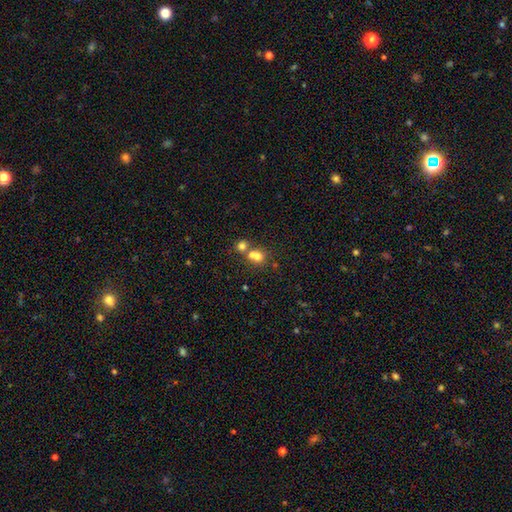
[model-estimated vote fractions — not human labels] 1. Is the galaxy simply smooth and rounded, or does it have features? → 71% smooth, 14% featured or disk, 14% star or artifact.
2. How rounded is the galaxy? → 70% round, 29% in between, 1% cigar-shaped.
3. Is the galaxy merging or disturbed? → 60% merger, 31% none, 6% minor disturbance, 3% major disturbance.